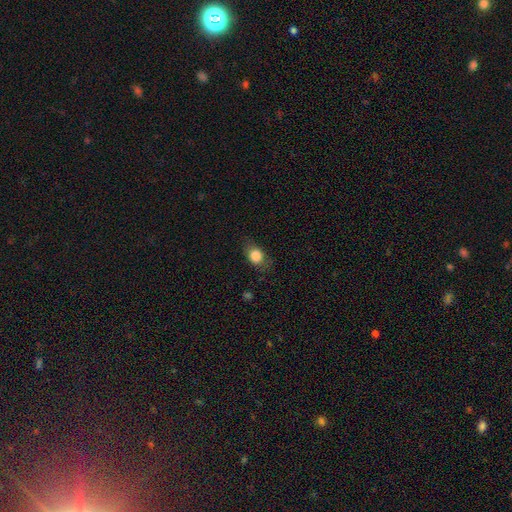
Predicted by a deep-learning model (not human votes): Smooth or featured? Predicted: smooth (p=0.81). How rounded? Predicted: in between (p=0.61). Merging? Predicted: none (p=0.73).